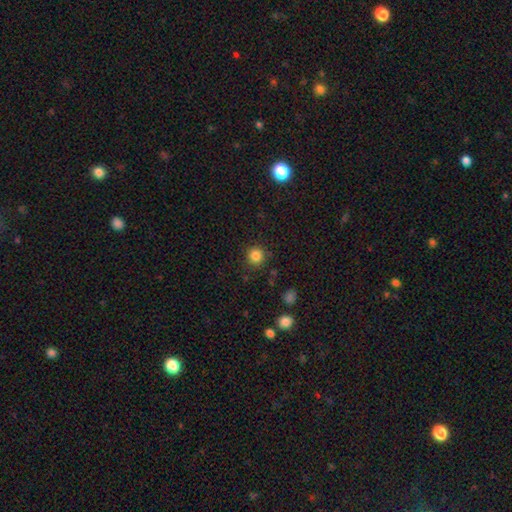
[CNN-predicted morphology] type=smooth (84%); roundness=round (93%); merging=none (87%).